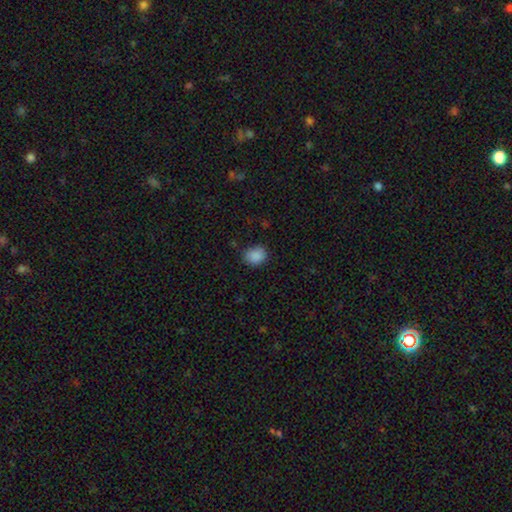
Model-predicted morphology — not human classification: This is clearly a smooth galaxy (87%). How rounded: possibly round (59%). Merging: likely none (80%).